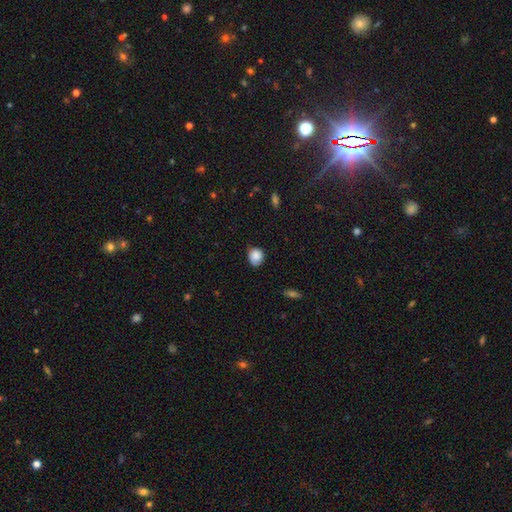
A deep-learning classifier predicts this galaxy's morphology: smooth 86%, star or artifact 8%, featured or disk 6%. Down the decision tree: how rounded — round (70%); merging — none (69%).